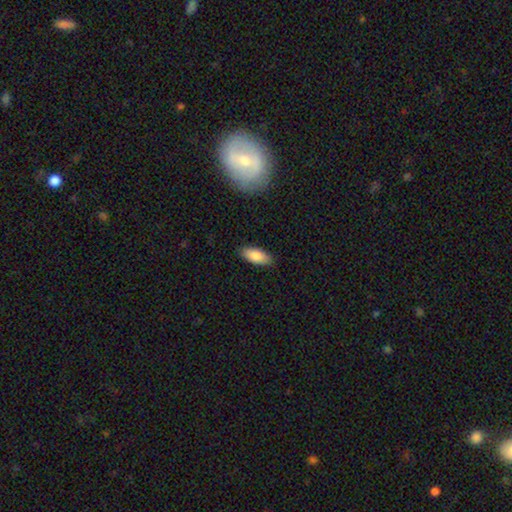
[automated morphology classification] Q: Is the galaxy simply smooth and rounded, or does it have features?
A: smooth — 86%.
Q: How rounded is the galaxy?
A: in between — 86%.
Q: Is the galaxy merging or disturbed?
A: none — 88%.